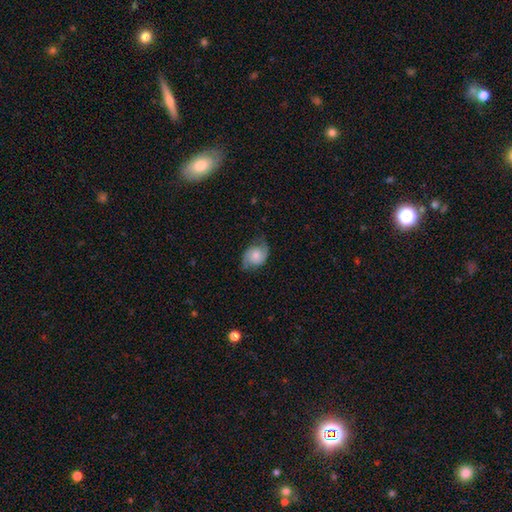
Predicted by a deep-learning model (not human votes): The model was most divided on "bulge size": moderate: 45%, small: 33%, large: 12%, none: 8%, dominant: 3%. More confident: edge-on disk — no (97%); spiral arms — yes (89%); bar — no (74%); merging — none (65%); smooth or featured — featured or disk (53%).